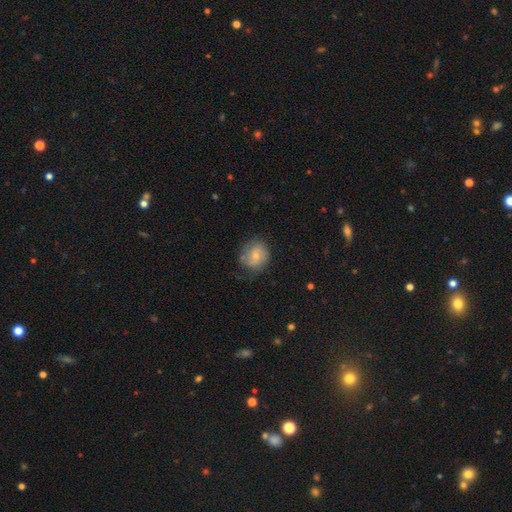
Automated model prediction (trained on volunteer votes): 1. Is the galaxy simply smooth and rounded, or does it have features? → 53% smooth, 40% featured or disk, 8% star or artifact.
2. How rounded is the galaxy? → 78% round, 21% in between, 1% cigar-shaped.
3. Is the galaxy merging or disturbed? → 68% none, 22% minor disturbance, 8% major disturbance, 2% merger.